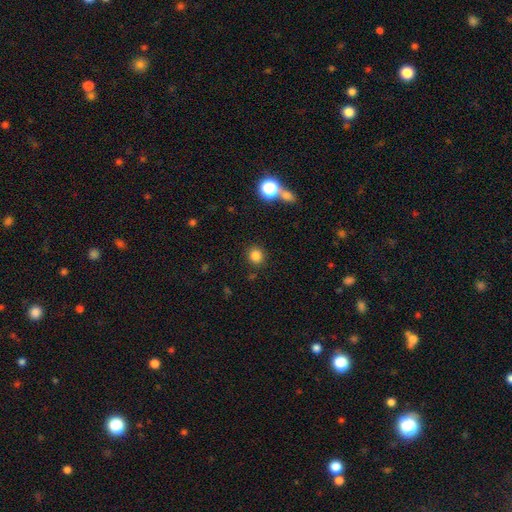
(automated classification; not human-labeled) Smooth or featured? smooth (83%)
How rounded? round (85%)
Merging? none (86%)